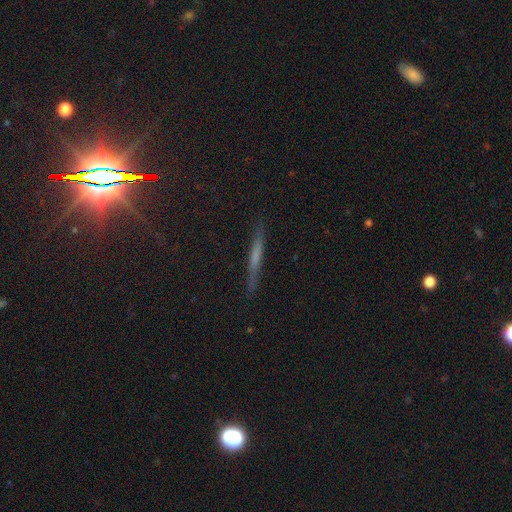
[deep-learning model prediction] This appears to be a featured or disk galaxy (43%). Merging: none (88%).